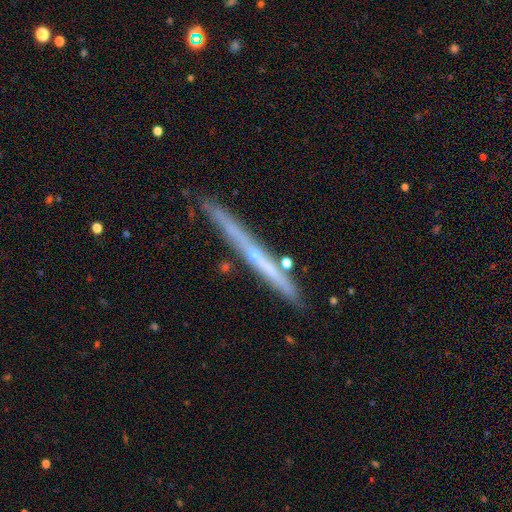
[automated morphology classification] A featured or disk galaxy (66%) viewed edge-on (96%) with no central bulge (60%).

Vote fractions:
- Smooth or featured? featured or disk: 66% / smooth: 27% / star or artifact: 7%
- Edge-on disk? yes: 96% / no: 4%
- Edge-on bulge? none: 60% / rounded: 37% / boxy: 3%
- Merging? none: 83% / minor disturbance: 11% / merger: 4% / major disturbance: 2%